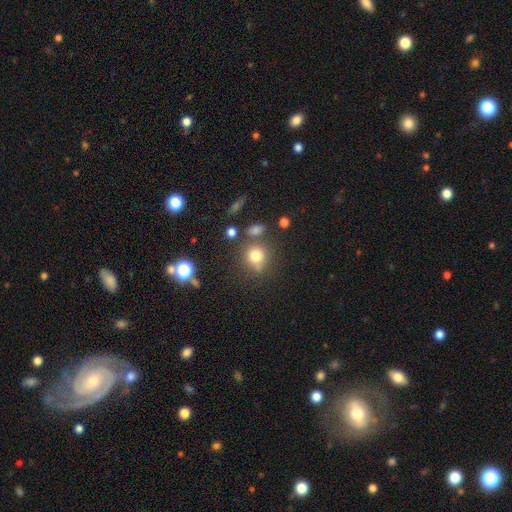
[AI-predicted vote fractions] Smooth or featured?
  - smooth: 77% *
  - star or artifact: 14%
  - featured or disk: 9%
How rounded?
  - round: 83% *
  - in between: 16%
  - cigar-shaped: 1%
Merging?
  - none: 67% *
  - minor disturbance: 15%
  - merger: 13%
  - major disturbance: 6%